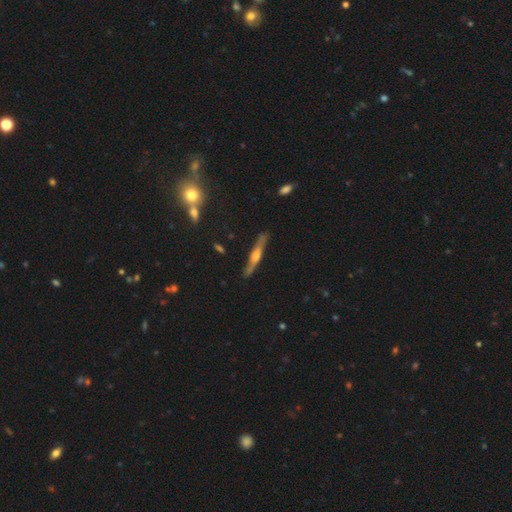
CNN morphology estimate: This is likely a featured or disk galaxy (68%). It is clearly viewed edge-on (95%). Edge-on bulge: clearly rounded (86%). Merging: clearly none (86%).